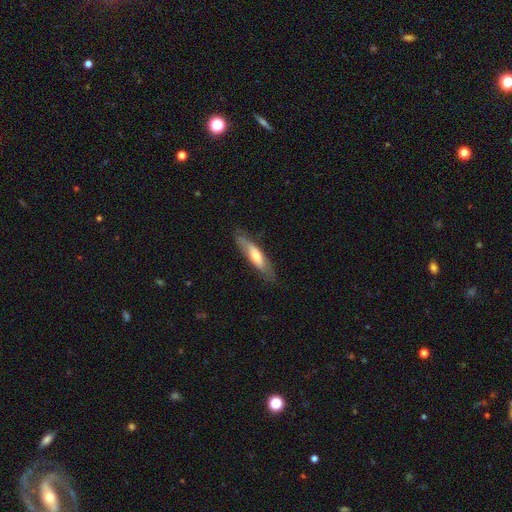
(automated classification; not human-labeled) Smooth or featured: smooth — 52% (featured or disk — 43%)
How rounded: cigar-shaped — 69% (in between — 29%)
Merging: none — 75% (minor disturbance — 19%)